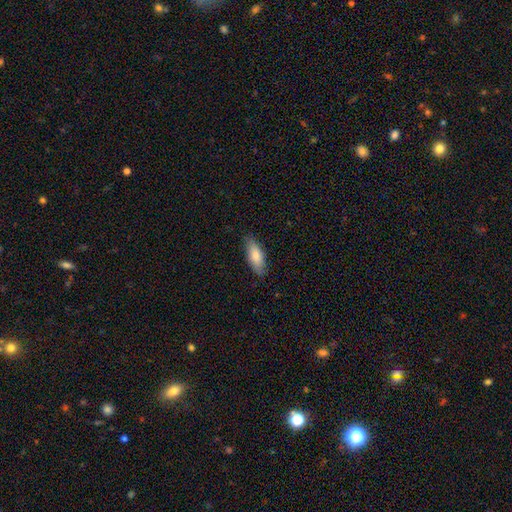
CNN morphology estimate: type=smooth (78%); roundness=in between (73%); merging=none (83%).